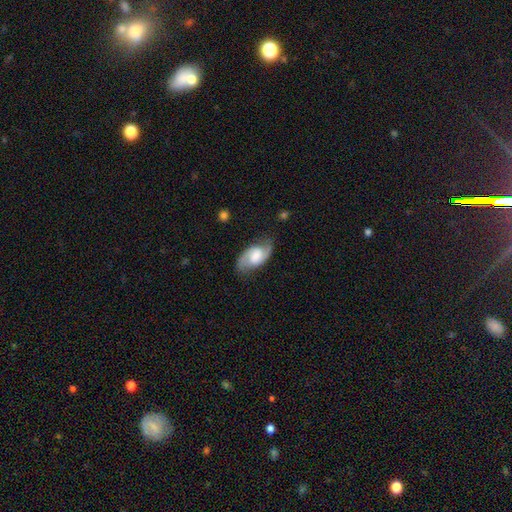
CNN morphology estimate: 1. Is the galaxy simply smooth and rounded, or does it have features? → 74% featured or disk, 21% smooth, 6% star or artifact.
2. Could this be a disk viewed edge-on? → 96% no, 4% yes.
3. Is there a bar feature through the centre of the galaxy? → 47% weak, 40% no, 14% strong.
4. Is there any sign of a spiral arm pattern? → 94% yes, 6% no.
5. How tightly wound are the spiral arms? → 50% medium, 30% loose, 20% tight.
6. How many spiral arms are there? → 91% 2, 4% can't tell, 2% 1, 1% 3, 1% 4, 1% more than 4.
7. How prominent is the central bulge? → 35% moderate, 32% large, 16% small, 13% none, 4% dominant.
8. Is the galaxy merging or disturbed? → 78% none, 15% minor disturbance, 5% major disturbance, 1% merger.